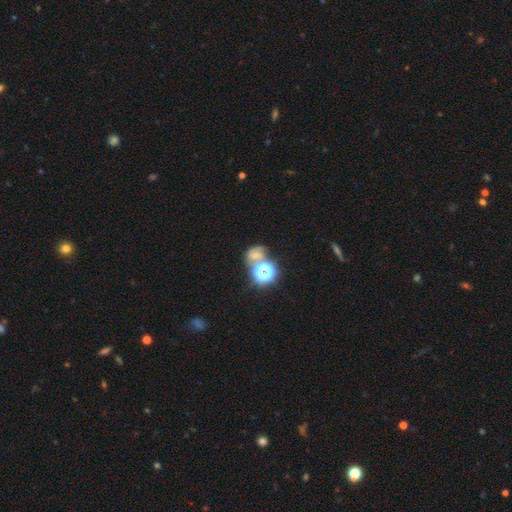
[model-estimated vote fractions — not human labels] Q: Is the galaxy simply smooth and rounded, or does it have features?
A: smooth — 43%.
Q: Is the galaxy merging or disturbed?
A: none — 42%.